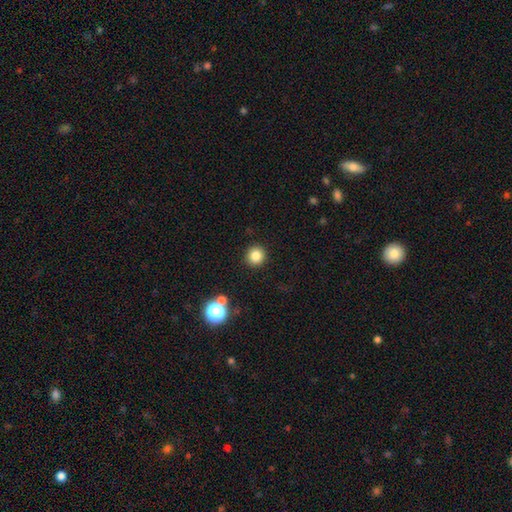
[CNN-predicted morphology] This appears to be a smooth galaxy with no disk features (83%) that is round (92%). Merging: none (91%).